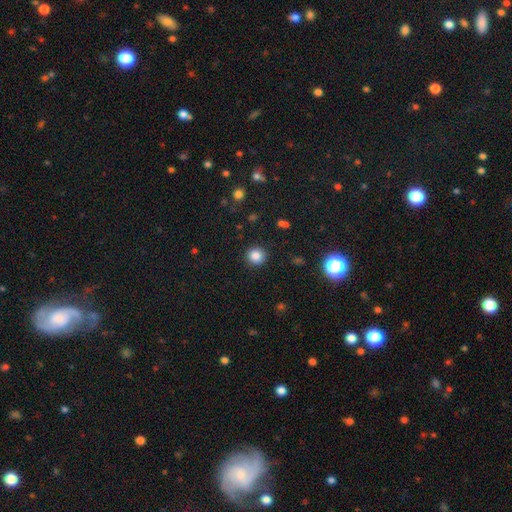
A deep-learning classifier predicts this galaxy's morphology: This appears to be a smooth galaxy with no disk features (84%) that is round (91%). Merging: none (91%).